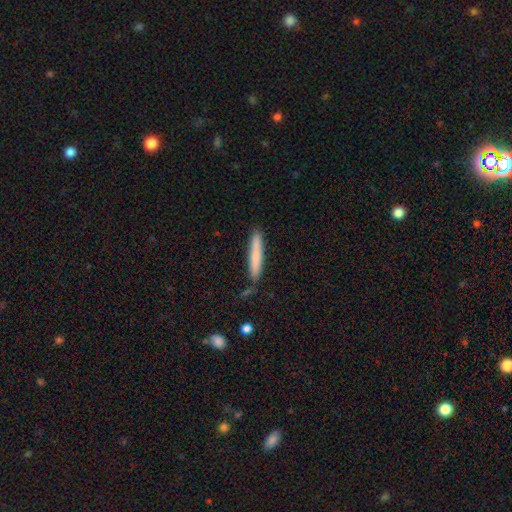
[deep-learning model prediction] Morphology: type=smooth (75%); roundness=cigar-shaped (94%); merging=none (83%).